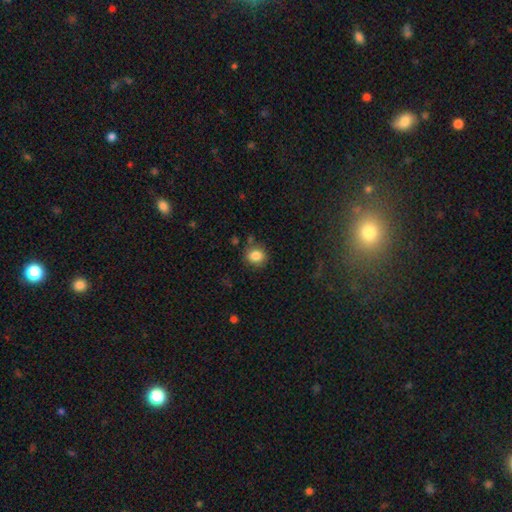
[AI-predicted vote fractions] smooth_or_featured: smooth (p=0.84) [alt: star or artifact p=0.10]
how_rounded: round (p=0.72) [alt: in between p=0.27]
merging: none (p=0.82) [alt: minor disturbance p=0.11]